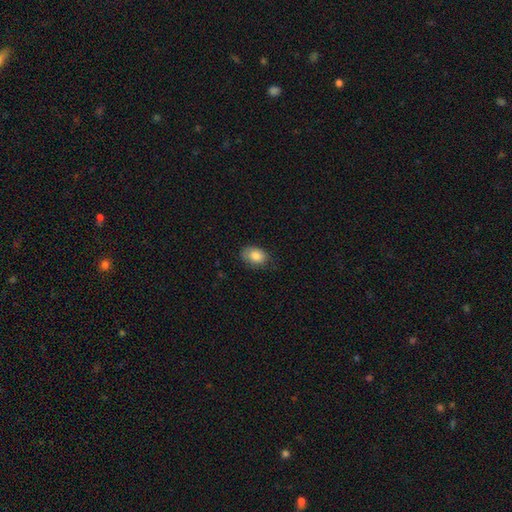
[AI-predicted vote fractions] This is clearly a smooth galaxy (84%). How rounded: likely in between (79%). Merging: likely none (73%).